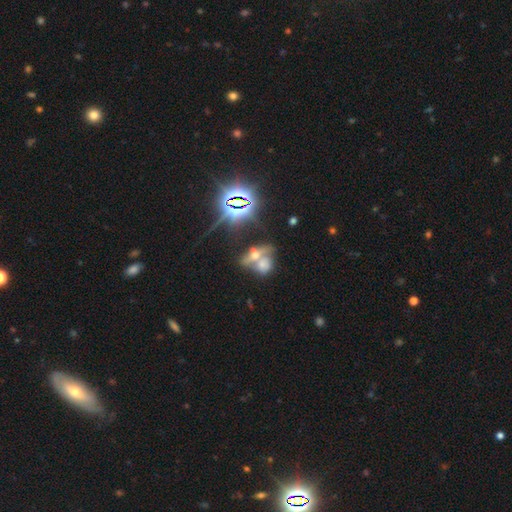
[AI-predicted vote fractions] A star or artifact, not a galaxy (35%).